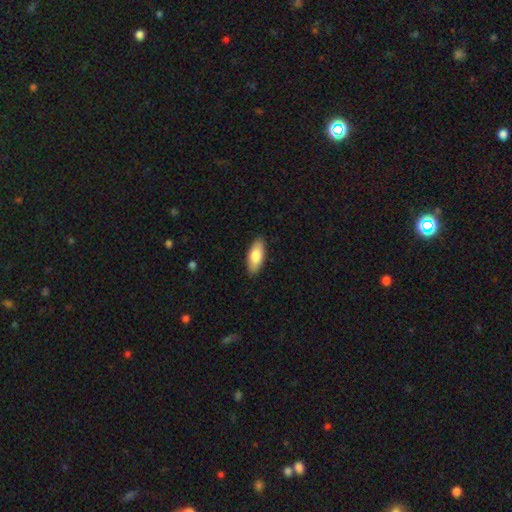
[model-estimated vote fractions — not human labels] A smooth galaxy with no disk features (81%) that is in between round and cigar-shaped (84%). Merging: none (89%).